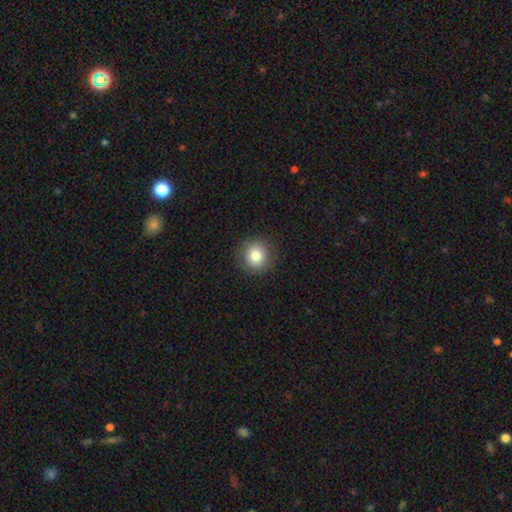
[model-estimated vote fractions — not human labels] smooth-or-featured: smooth: 80% | star or artifact: 11% | featured or disk: 9%
  how-rounded: round: 90% | in between: 9% | cigar-shaped: 1%
  merging: none: 90% | minor disturbance: 7% | major disturbance: 2% | merger: 1%